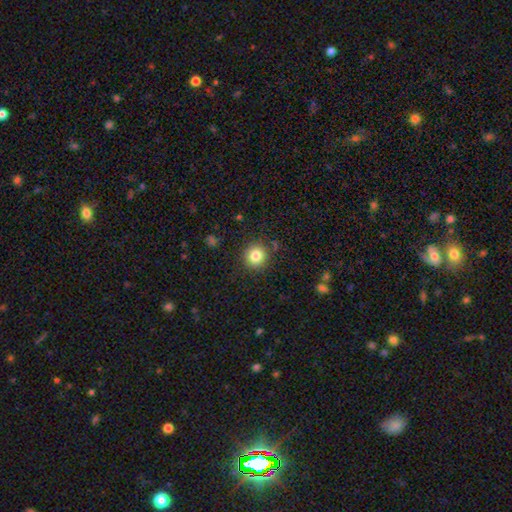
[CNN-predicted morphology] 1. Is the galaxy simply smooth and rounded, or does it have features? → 82% smooth, 11% star or artifact, 7% featured or disk.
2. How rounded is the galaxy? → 92% round, 7% in between, 1% cigar-shaped.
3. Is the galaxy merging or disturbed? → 88% none, 7% minor disturbance, 3% major disturbance, 2% merger.